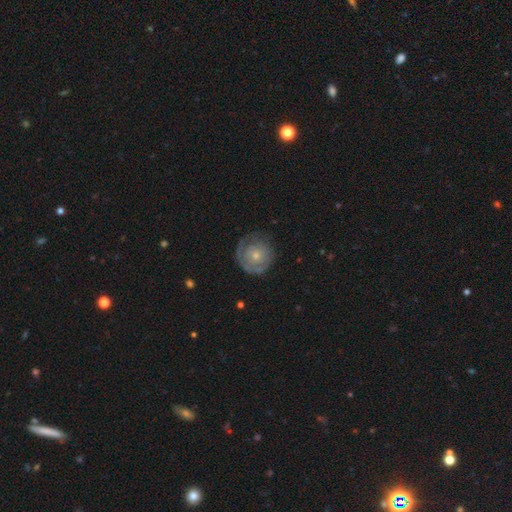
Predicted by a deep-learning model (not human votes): Morphology: type=featured or disk (58%); edge-on=no (97%); bar=no (87%); spiral arms=yes (65%); bulge=small (65%); merging=none (67%).